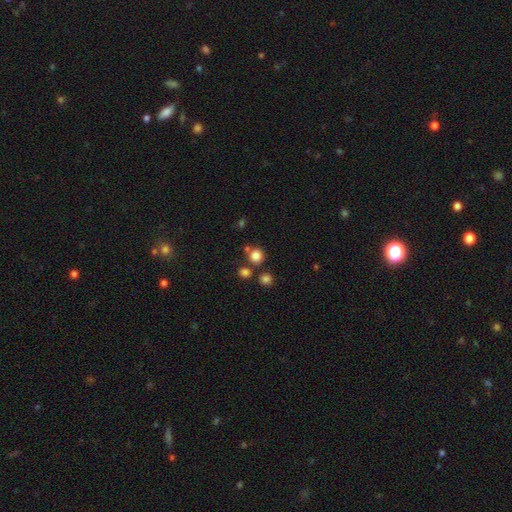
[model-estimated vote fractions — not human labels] Smooth or featured? Predicted: smooth (p=0.81). How rounded? Predicted: round (p=0.88). Merging? Predicted: none (p=0.71).